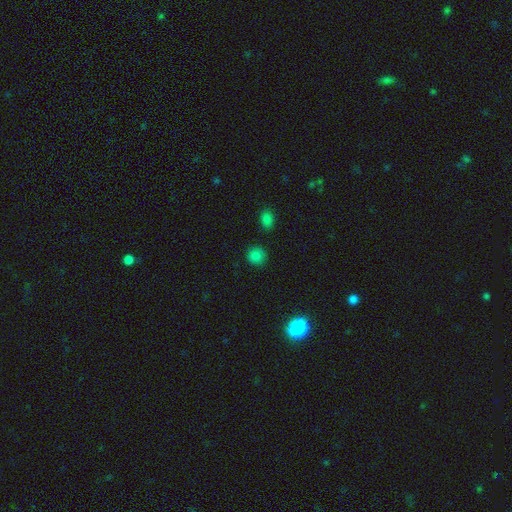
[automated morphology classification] Smooth or featured? Predicted: smooth (p=0.82). How rounded? Predicted: round (p=0.90). Merging? Predicted: none (p=0.85).